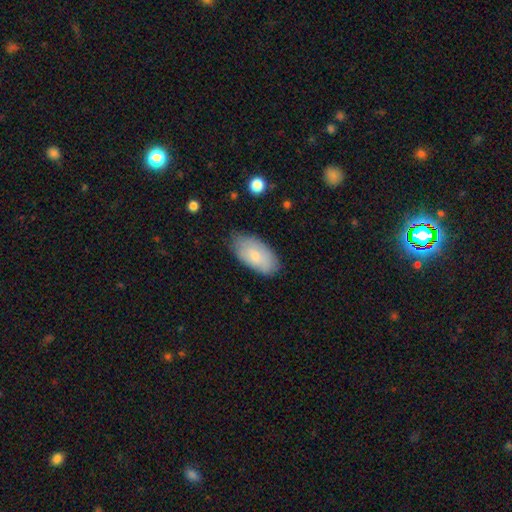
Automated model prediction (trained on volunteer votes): smooth 75%, featured or disk 19%, star or artifact 6%. Down the decision tree: how rounded — in between (94%); merging — none (75%).